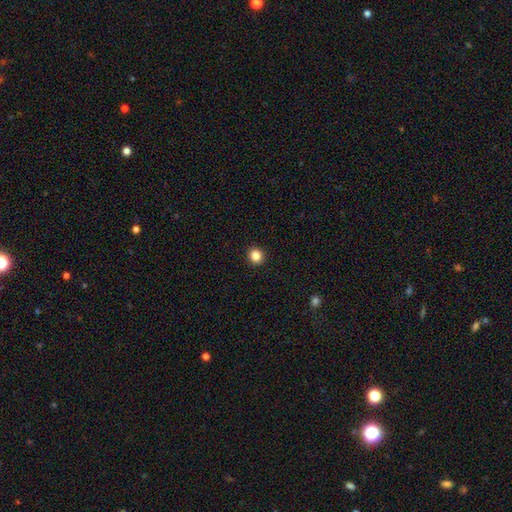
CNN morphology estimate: This appears to be a smooth galaxy with no disk features (86%) that is round (87%). Merging: none (93%).